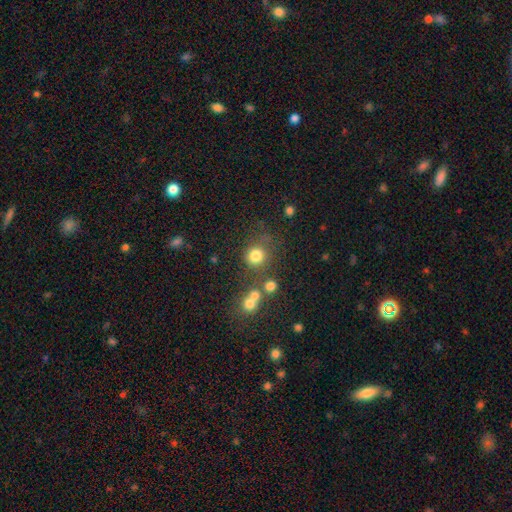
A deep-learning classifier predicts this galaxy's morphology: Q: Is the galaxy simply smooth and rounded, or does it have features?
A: smooth — 78%.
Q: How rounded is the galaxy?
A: round — 88%.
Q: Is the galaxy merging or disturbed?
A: none — 66%.